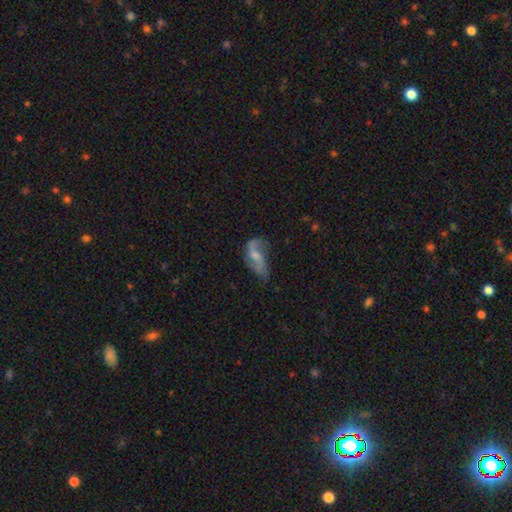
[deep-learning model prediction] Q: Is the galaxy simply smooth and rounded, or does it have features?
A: featured or disk — 67%.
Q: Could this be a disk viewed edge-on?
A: no — 94%.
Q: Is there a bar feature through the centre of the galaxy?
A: no — 47%.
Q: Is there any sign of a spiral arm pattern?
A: yes — 81%.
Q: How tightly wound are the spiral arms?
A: loose — 77%.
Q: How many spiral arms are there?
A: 2 — 79%.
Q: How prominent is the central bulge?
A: small — 42%.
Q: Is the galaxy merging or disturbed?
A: none — 39%.